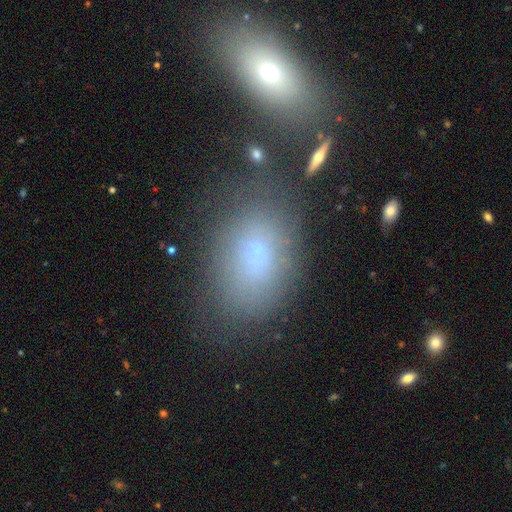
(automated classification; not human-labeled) Morphology: type=smooth (69%); roundness=in between (85%); merging=none (63%).